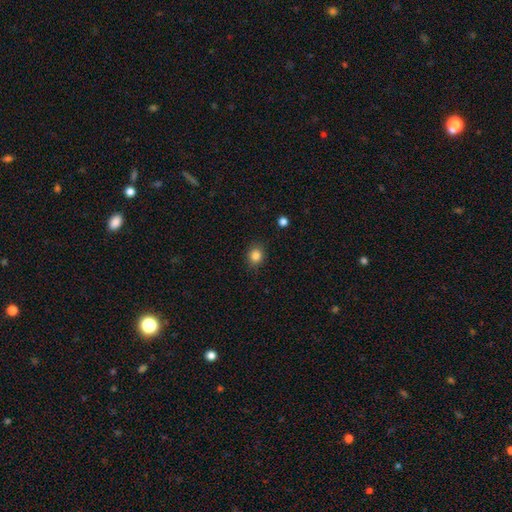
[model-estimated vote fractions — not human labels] Q: Smooth or featured?
A: smooth (84%); runner-up: star or artifact (11%)
Q: How rounded?
A: round (70%); runner-up: in between (29%)
Q: Merging?
A: none (87%); runner-up: minor disturbance (10%)